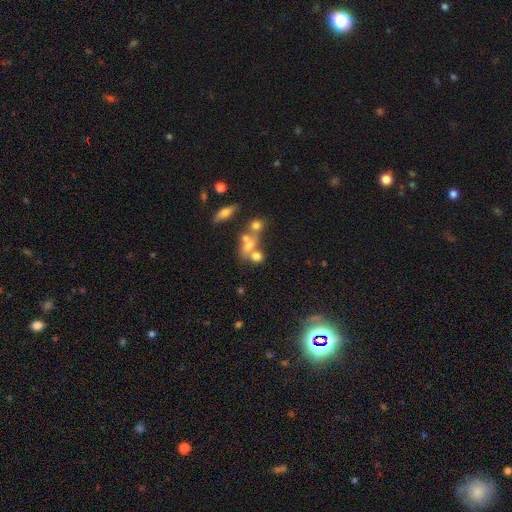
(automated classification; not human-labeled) Smooth or featured? Predicted: smooth (p=0.63). How rounded? Predicted: in between (p=0.54). Merging? Predicted: merger (p=0.48).